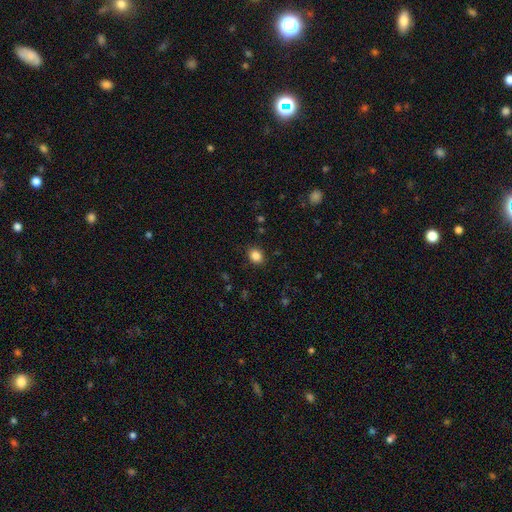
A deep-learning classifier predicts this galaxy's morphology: Smooth or featured?
  - smooth: 85% *
  - star or artifact: 10%
  - featured or disk: 4%
How rounded?
  - round: 55% *
  - in between: 44%
  - cigar-shaped: 1%
Merging?
  - none: 88% *
  - minor disturbance: 9%
  - major disturbance: 2%
  - merger: 1%